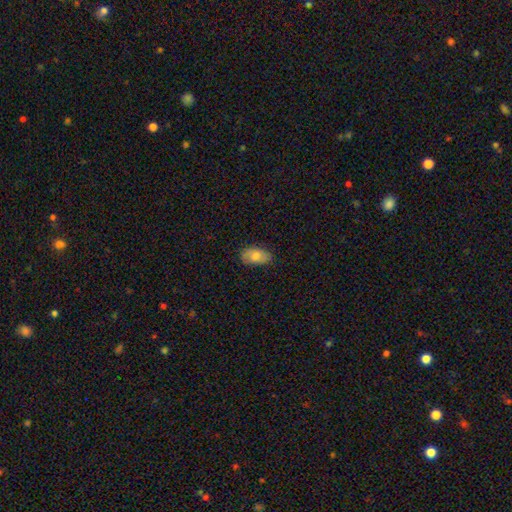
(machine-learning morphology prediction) type=smooth (78%); roundness=in between (93%); merging=none (83%).